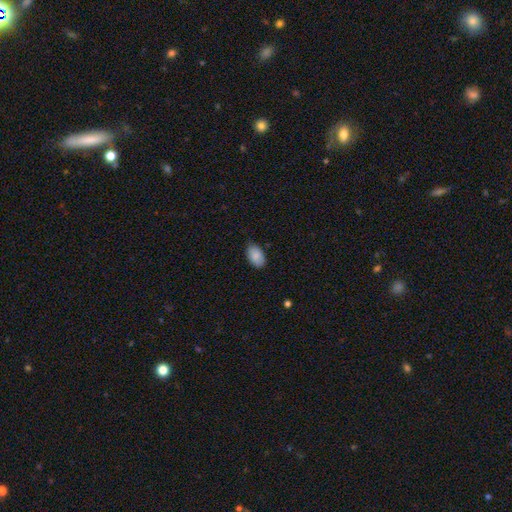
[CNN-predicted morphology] Smooth or featured?
  - smooth: 88% *
  - star or artifact: 7%
  - featured or disk: 5%
How rounded?
  - in between: 93% *
  - round: 6%
  - cigar-shaped: 1%
Merging?
  - none: 81% *
  - minor disturbance: 15%
  - major disturbance: 2%
  - merger: 1%